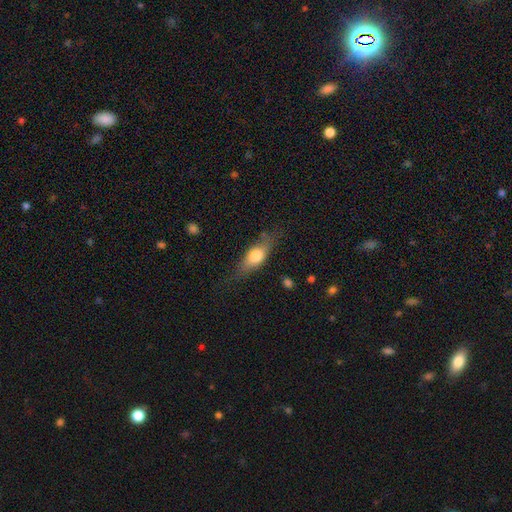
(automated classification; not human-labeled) Smooth or featured?
  - smooth: 63% *
  - featured or disk: 30%
  - star or artifact: 7%
How rounded?
  - in between: 67% *
  - cigar-shaped: 26%
  - round: 7%
Merging?
  - none: 67% *
  - minor disturbance: 23%
  - major disturbance: 9%
  - merger: 2%